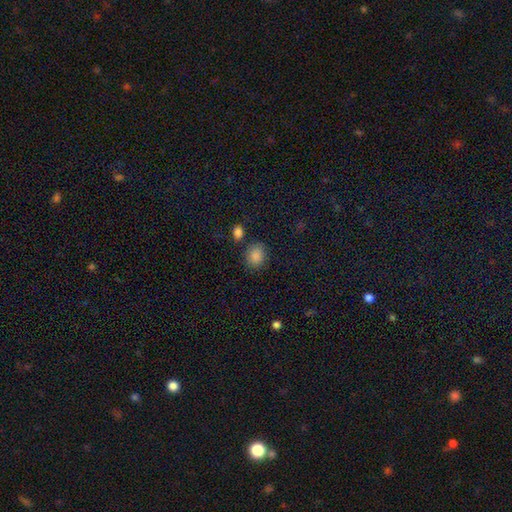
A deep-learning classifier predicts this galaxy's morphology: Smooth or featured: smooth — 86% (star or artifact — 10%)
How rounded: round — 57% (in between — 42%)
Merging: none — 76% (minor disturbance — 13%)